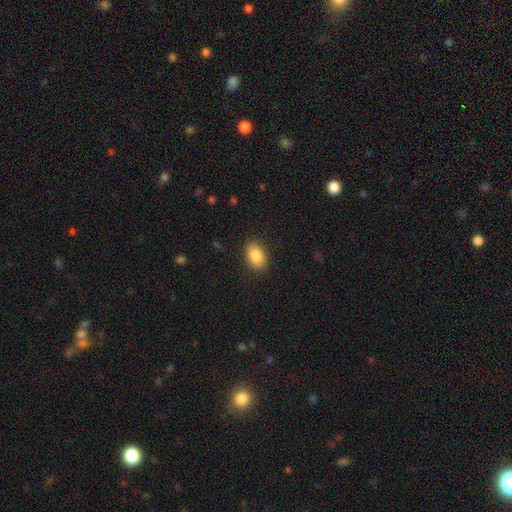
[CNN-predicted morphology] The model was most divided on "how rounded": in between: 82%, round: 16%, cigar-shaped: 1%. More confident: merging — none (87%); smooth or featured — smooth (86%).